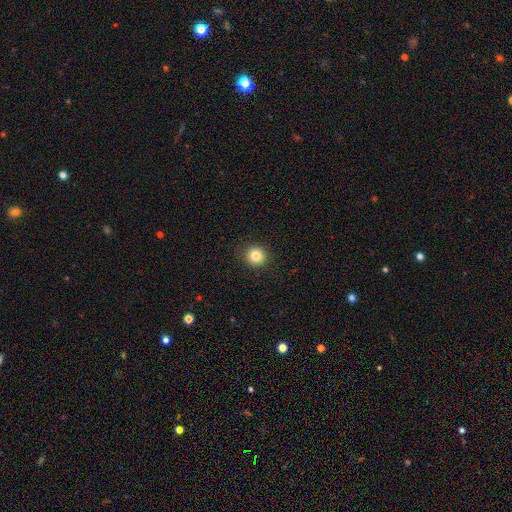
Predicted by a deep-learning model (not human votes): Smooth or featured?
  - smooth: 83% *
  - star or artifact: 11%
  - featured or disk: 6%
How rounded?
  - round: 93% *
  - in between: 6%
  - cigar-shaped: 1%
Merging?
  - none: 91% *
  - minor disturbance: 6%
  - major disturbance: 2%
  - merger: 1%